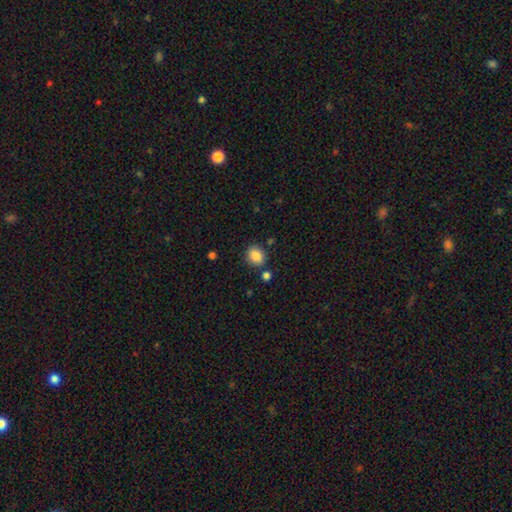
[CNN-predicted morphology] type=smooth (86%); roundness=round (60%); merging=none (81%).